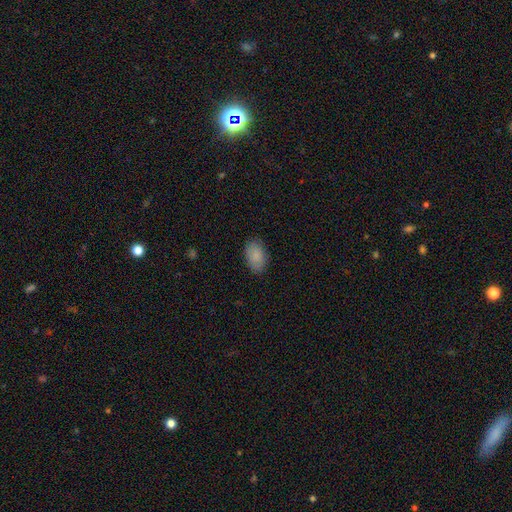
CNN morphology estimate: smooth-or-featured: smooth: 88% | star or artifact: 7% | featured or disk: 5%
  how-rounded: in between: 90% | round: 9% | cigar-shaped: 1%
  merging: none: 85% | minor disturbance: 11% | major disturbance: 3% | merger: 1%